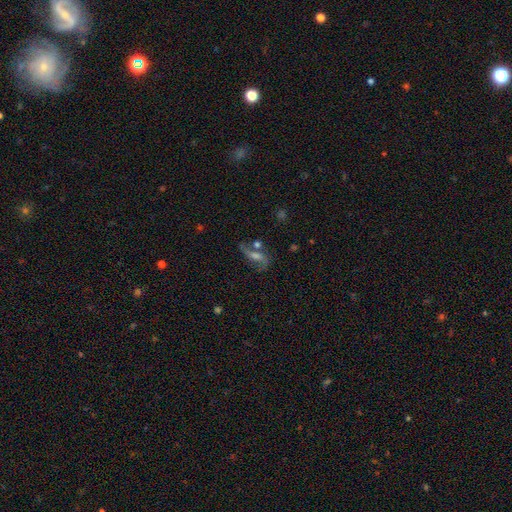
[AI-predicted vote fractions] This is likely a featured or disk galaxy (65%). It is clearly not viewed edge-on (86%). Bar: marginally weak (41%). Spiral arm pattern: clearly yes (84%). Central bulge: marginally moderate (41%). Merging: possibly none (50%).